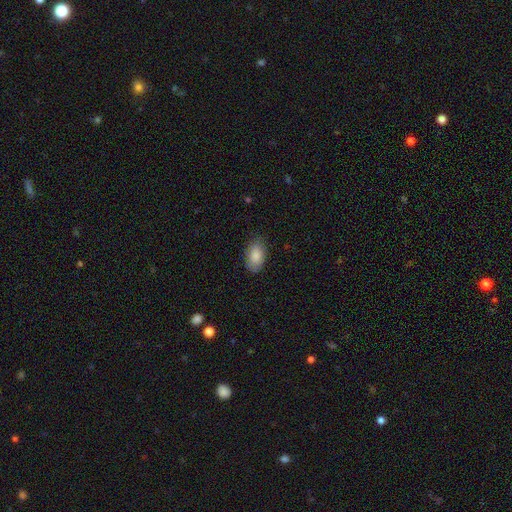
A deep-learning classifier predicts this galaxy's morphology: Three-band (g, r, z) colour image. It shows a smooth galaxy with no disk features (87%) that is in between round and cigar-shaped (93%). Merging: none (81%).